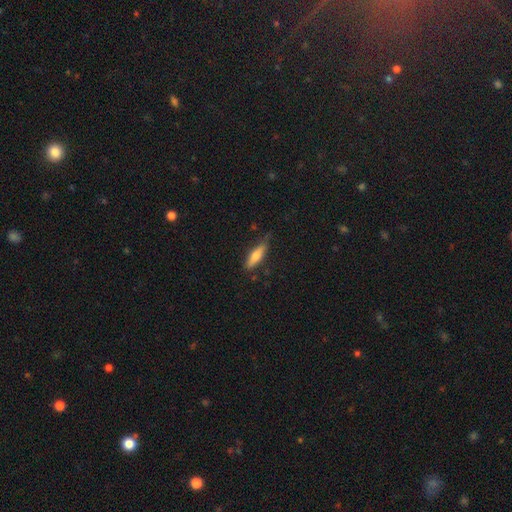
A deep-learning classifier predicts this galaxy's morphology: This is likely a smooth galaxy (66%). How rounded: likely cigar-shaped (63%). Merging: likely none (73%).